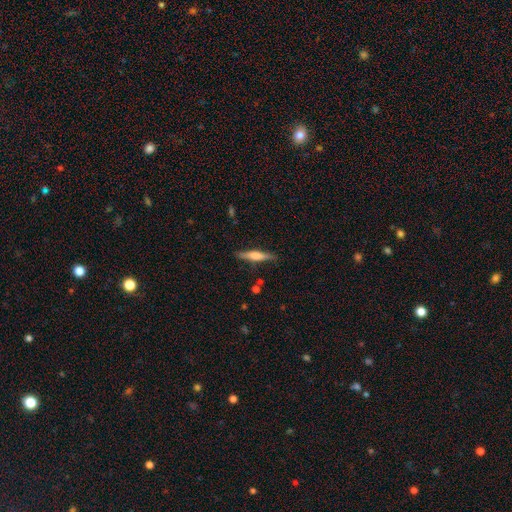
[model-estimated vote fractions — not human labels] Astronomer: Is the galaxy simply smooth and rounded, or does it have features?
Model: smooth — 47%, tied with featured or disk at 47%.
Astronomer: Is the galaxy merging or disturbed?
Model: none — 86%.